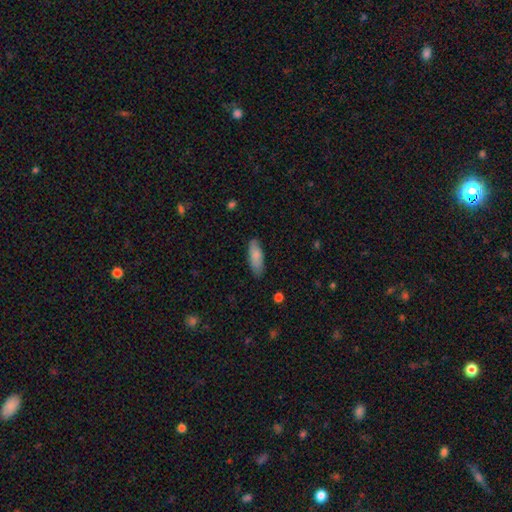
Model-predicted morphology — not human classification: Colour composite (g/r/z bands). It shows a smooth galaxy with no disk features (82%) that is in between round and cigar-shaped (68%). Merging: none (81%).